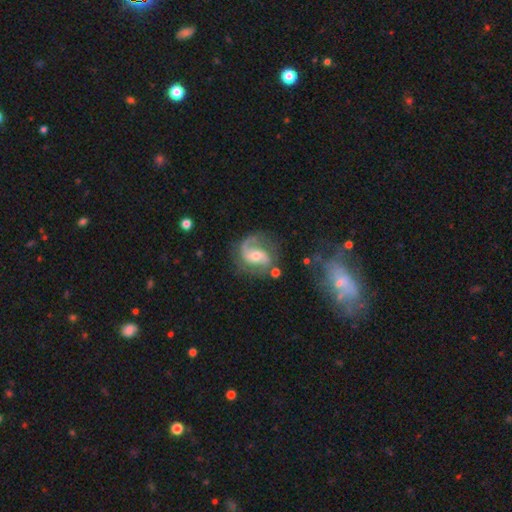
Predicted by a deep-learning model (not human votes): featured or disk 84%, smooth 10%, star or artifact 6%. Down the decision tree: edge-on disk — no (98%); bar — no (43%, tied with weak); spiral arms — yes (96%); spiral arm count — 2 (74%); spiral winding — medium (49%); bulge size — moderate (56%); merging — none (62%).